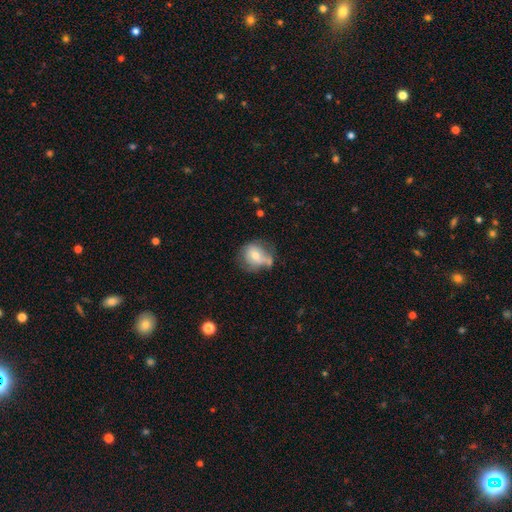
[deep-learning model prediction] Q: Smooth or featured?
A: smooth (60%); runner-up: featured or disk (32%)
Q: How rounded?
A: round (66%); runner-up: in between (33%)
Q: Merging?
A: none (39%); runner-up: minor disturbance (28%)